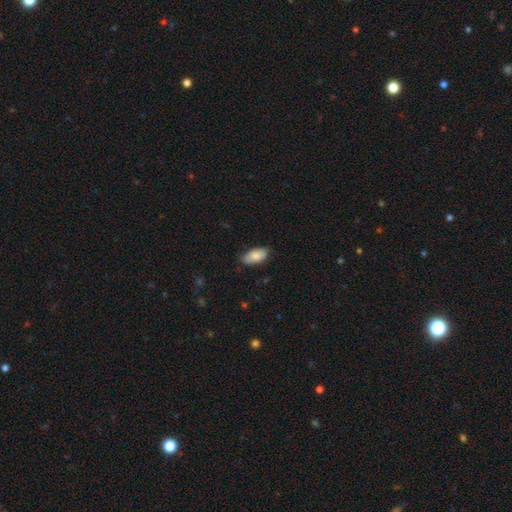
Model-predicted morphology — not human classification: This is clearly a smooth galaxy (83%). How rounded: clearly in between (93%). Merging: likely none (76%).